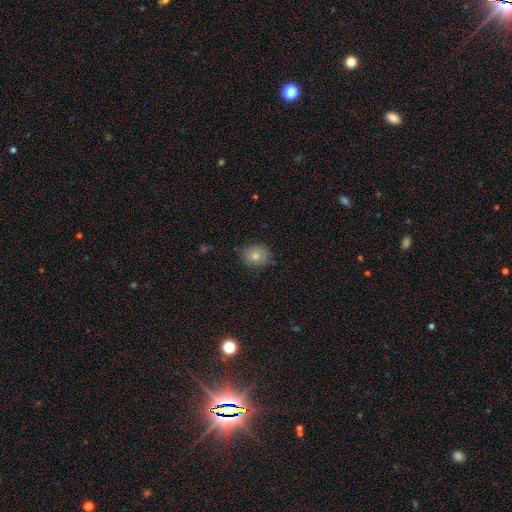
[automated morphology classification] A smooth galaxy with no disk features (78%) that is round (68%).

Vote fractions:
- Smooth or featured? smooth: 78% / featured or disk: 11% / star or artifact: 11%
- How rounded? round: 68% / in between: 31% / cigar-shaped: 1%
- Merging? none: 79% / minor disturbance: 16% / major disturbance: 3% / merger: 1%